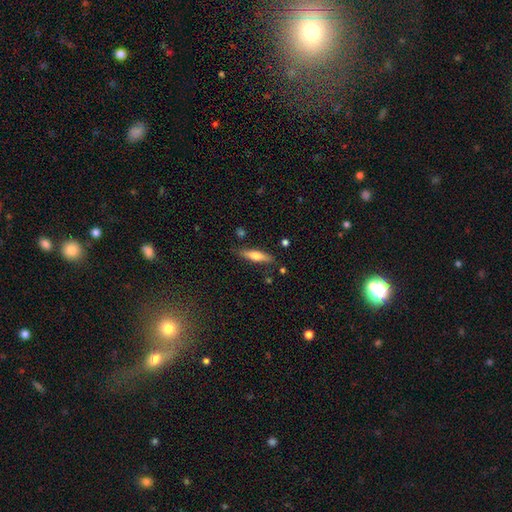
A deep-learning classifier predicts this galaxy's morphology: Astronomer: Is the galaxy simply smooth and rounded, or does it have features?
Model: smooth — 56% (runner-up: featured or disk, 38%).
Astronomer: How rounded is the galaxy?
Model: cigar-shaped — 75%.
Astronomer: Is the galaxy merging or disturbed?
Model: none — 82%.